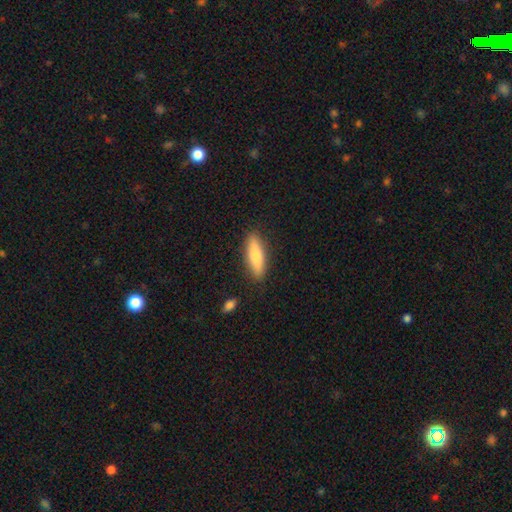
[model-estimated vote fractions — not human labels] A smooth galaxy with no disk features (73%) that is cigar-shaped (64%). Merging: none (87%).